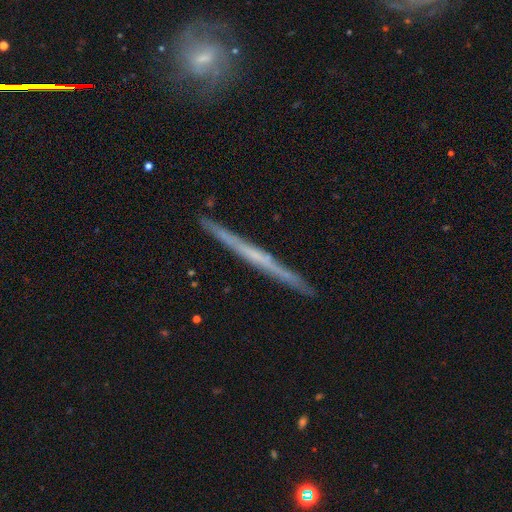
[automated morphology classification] Smooth or featured? Predicted: featured or disk (p=0.64). Edge-on disk? Predicted: yes (p=0.98). Edge-on bulge? Predicted: none (p=0.81). Merging? Predicted: none (p=0.91).